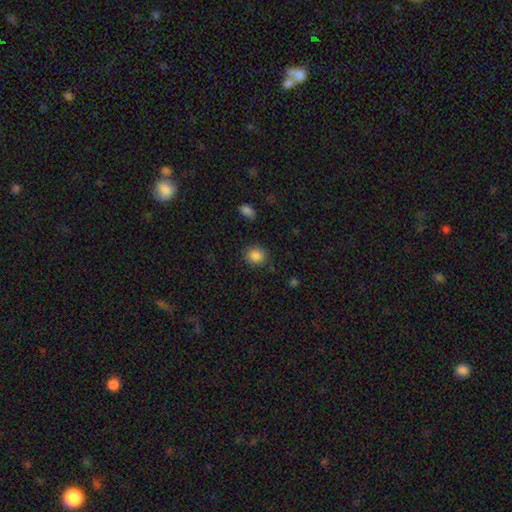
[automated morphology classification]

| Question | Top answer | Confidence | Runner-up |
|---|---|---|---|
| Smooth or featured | smooth | 86% | star or artifact (10%) |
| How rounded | round | 78% | in between (21%) |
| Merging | none | 84% | minor disturbance (11%) |